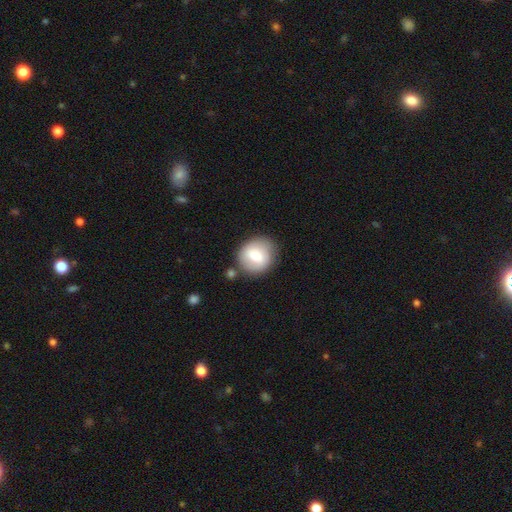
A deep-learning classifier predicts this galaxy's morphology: Smooth or featured? Predicted: smooth (p=0.66). How rounded? Predicted: round (p=0.80). Merging? Predicted: none (p=0.77).